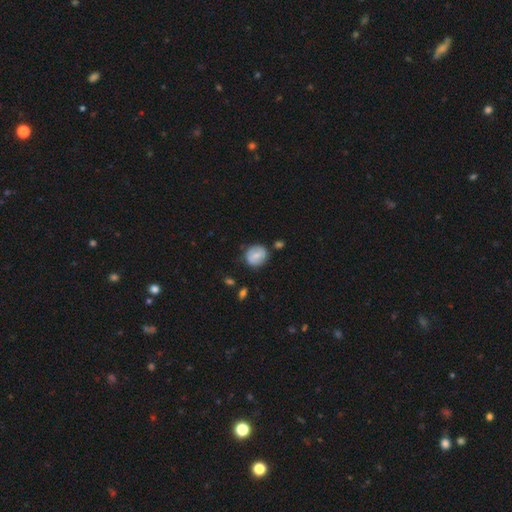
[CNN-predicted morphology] Smooth or featured? smooth (58%)
How rounded? round (74%)
Merging? none (75%)